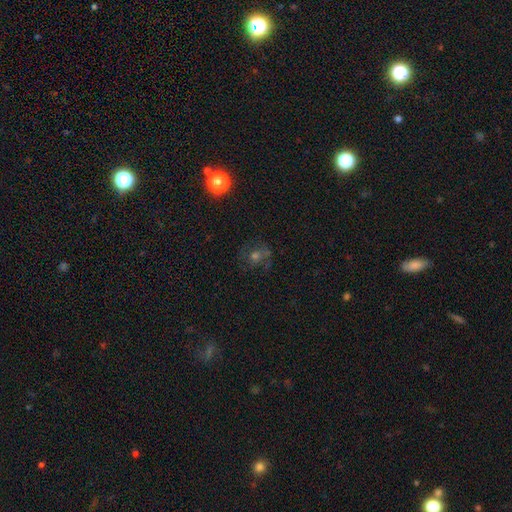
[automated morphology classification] Smooth or featured? smooth (34%)
Merging? none (67%)